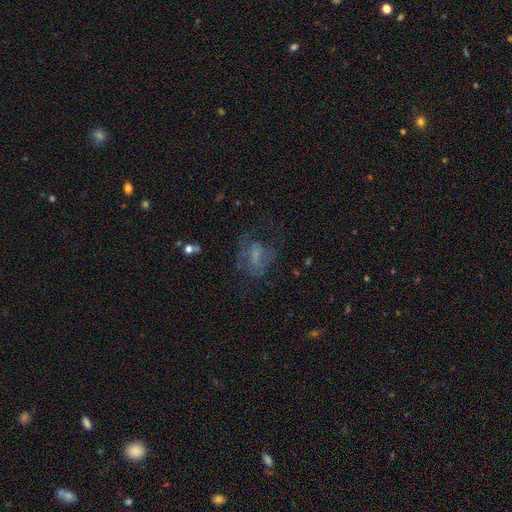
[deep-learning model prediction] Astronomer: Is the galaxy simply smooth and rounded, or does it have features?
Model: featured or disk — 49% (runner-up: smooth, 36%).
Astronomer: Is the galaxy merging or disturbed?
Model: none — 45% (runner-up: major disturbance, 33%).